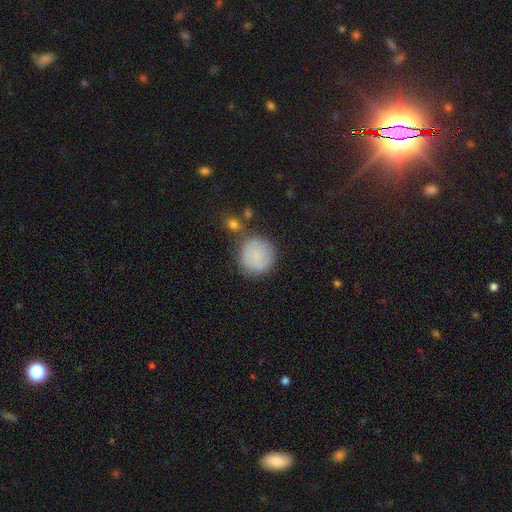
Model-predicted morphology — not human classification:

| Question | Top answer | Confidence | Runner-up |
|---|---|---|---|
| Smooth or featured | smooth | 82% | featured or disk (11%) |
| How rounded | round | 92% | in between (7%) |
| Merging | none | 73% | minor disturbance (15%) |